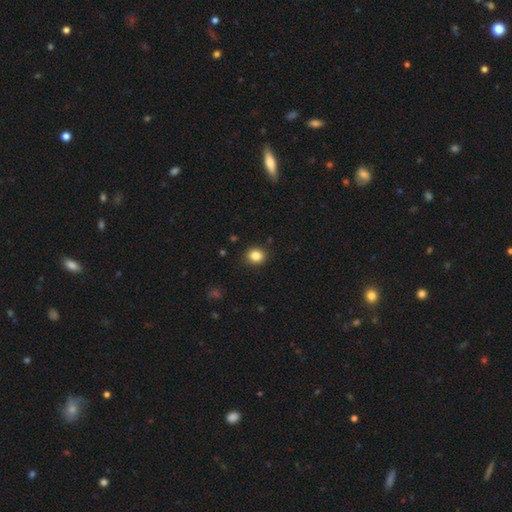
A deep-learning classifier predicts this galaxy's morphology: Q: Smooth or featured?
A: smooth (85%); runner-up: star or artifact (10%)
Q: How rounded?
A: round (78%); runner-up: in between (21%)
Q: Merging?
A: none (91%); runner-up: minor disturbance (6%)